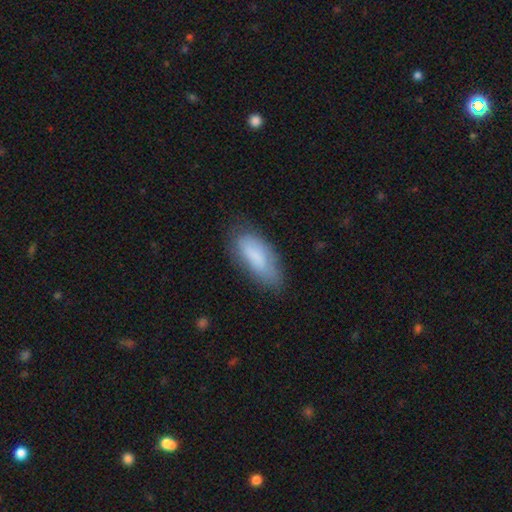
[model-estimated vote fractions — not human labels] The model was most divided on "merging": none: 65%, minor disturbance: 26%, major disturbance: 8%, merger: 2%. More confident: smooth or featured — smooth (78%); how rounded — in between (77%).